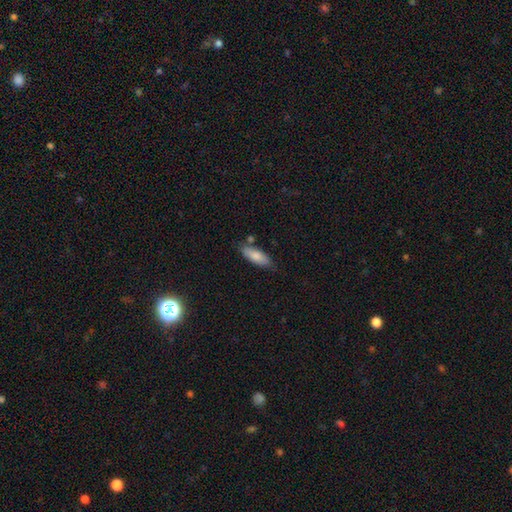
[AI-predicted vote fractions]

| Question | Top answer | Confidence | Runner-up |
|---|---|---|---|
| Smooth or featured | smooth | 81% | featured or disk (13%) |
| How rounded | in between | 67% | cigar-shaped (31%) |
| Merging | none | 73% | minor disturbance (17%) |